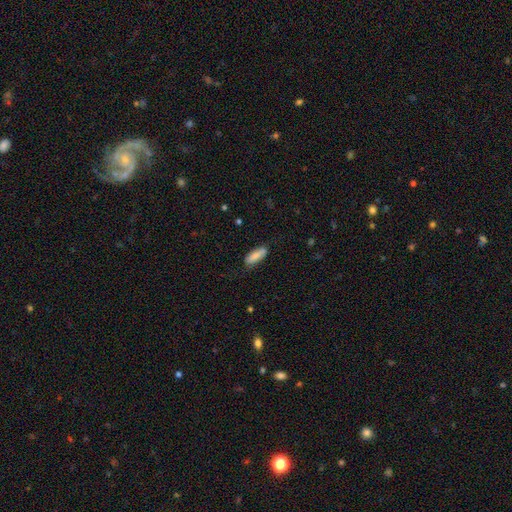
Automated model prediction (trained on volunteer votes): Morphology: type=smooth (83%); roundness=in between (63%); merging=none (77%).